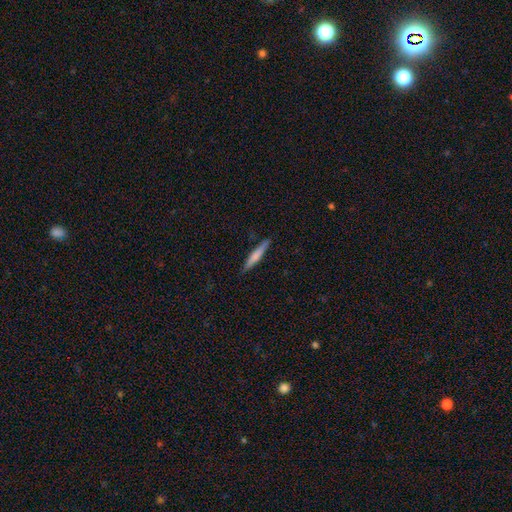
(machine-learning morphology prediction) Smooth or featured? Predicted: smooth (p=0.64). How rounded? Predicted: cigar-shaped (p=0.94). Merging? Predicted: none (p=0.89).